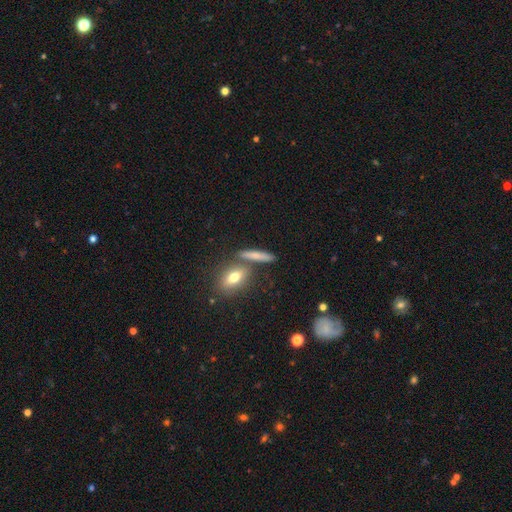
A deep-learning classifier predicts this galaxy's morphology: Q: Smooth or featured?
A: smooth (67%); runner-up: featured or disk (23%)
Q: How rounded?
A: cigar-shaped (71%); runner-up: in between (22%)
Q: Merging?
A: none (70%); runner-up: merger (16%)